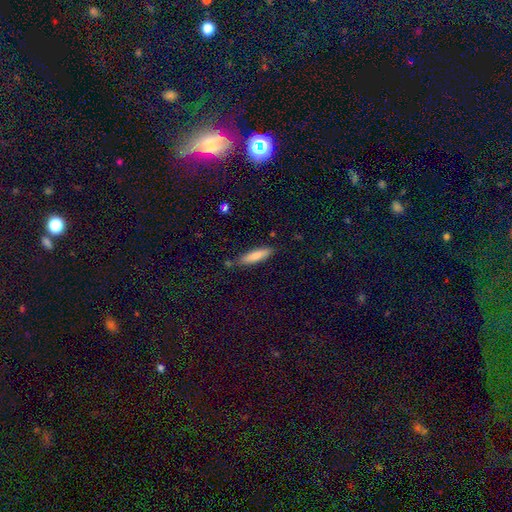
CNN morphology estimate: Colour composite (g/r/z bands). It shows a smooth galaxy with no disk features (79%) that is cigar-shaped (72%). Merging: none (81%).